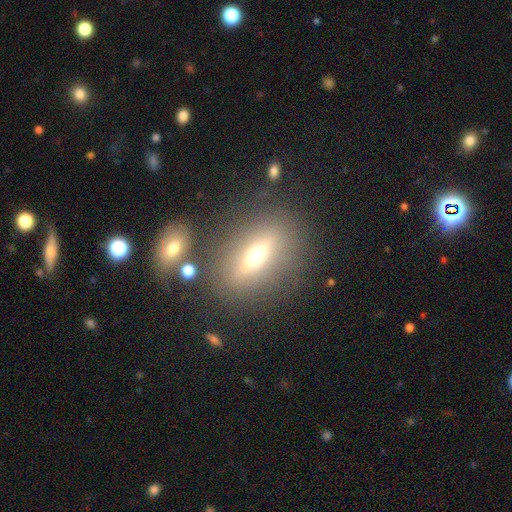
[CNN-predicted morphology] This is marginally a smooth galaxy (44%, tied with featured or disk). Merging: likely none (77%).